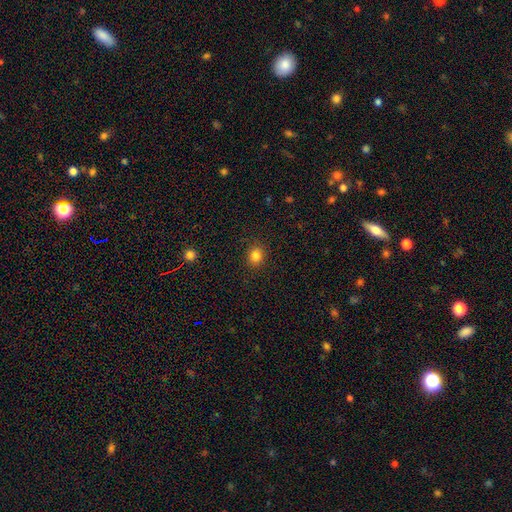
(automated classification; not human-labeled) This appears to be a smooth galaxy with no disk features (83%) that is round (75%). Merging: none (89%).